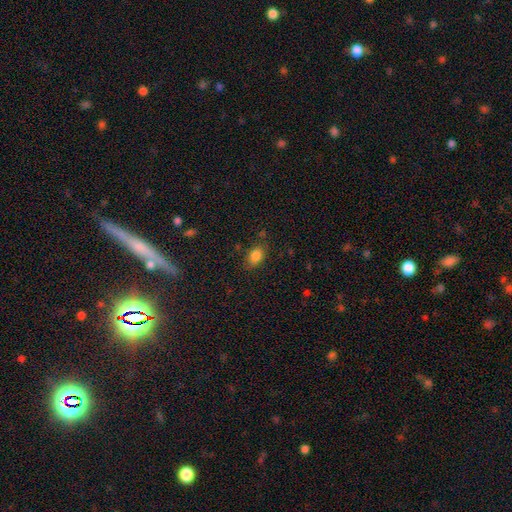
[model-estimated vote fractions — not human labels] Smooth or featured? smooth (84%)
How rounded? in between (78%)
Merging? none (79%)